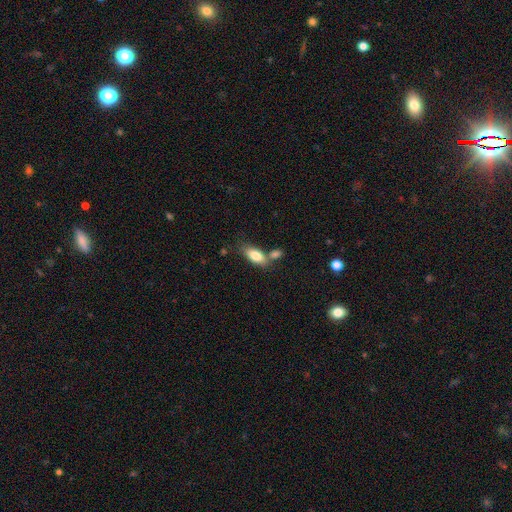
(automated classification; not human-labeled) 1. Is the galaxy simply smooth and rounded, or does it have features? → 81% smooth, 12% featured or disk, 7% star or artifact.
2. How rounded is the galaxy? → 86% in between, 11% cigar-shaped, 4% round.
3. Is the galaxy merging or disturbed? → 53% none, 28% merger, 14% minor disturbance, 5% major disturbance.